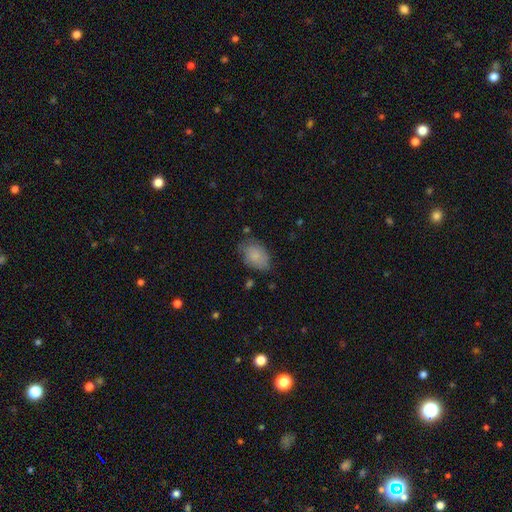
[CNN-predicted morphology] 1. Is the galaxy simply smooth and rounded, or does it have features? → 81% smooth, 12% featured or disk, 7% star or artifact.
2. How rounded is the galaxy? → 85% in between, 13% round, 1% cigar-shaped.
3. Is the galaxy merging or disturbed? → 66% none, 25% minor disturbance, 6% major disturbance, 3% merger.